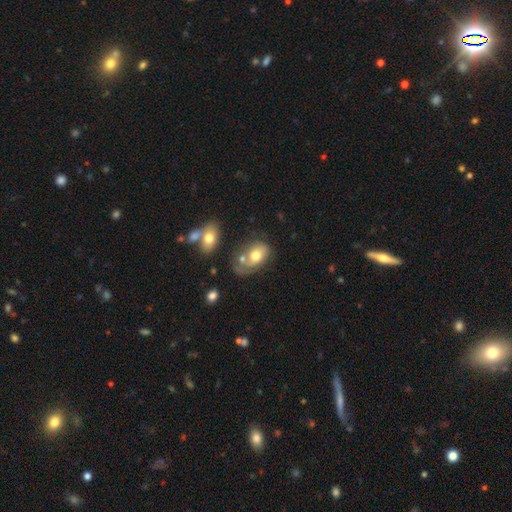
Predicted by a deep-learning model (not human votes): smooth_or_featured: smooth (p=0.58) [alt: featured or disk p=0.34]
how_rounded: in between (p=0.83) [alt: round p=0.16]
merging: none (p=0.29) [alt: merger p=0.27]